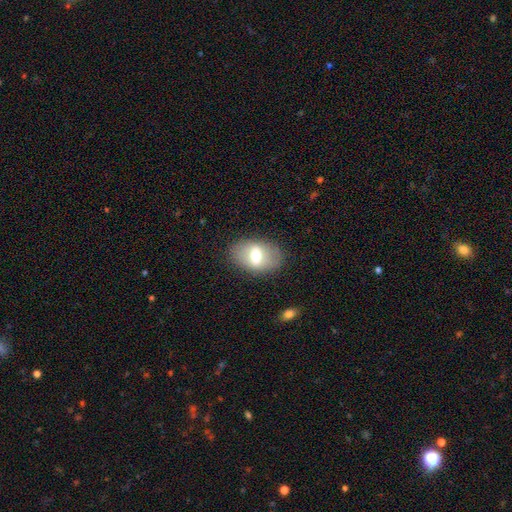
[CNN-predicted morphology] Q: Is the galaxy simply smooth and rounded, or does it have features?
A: smooth — 52%.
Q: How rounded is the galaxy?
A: in between — 82%.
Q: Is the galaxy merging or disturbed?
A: none — 82%.